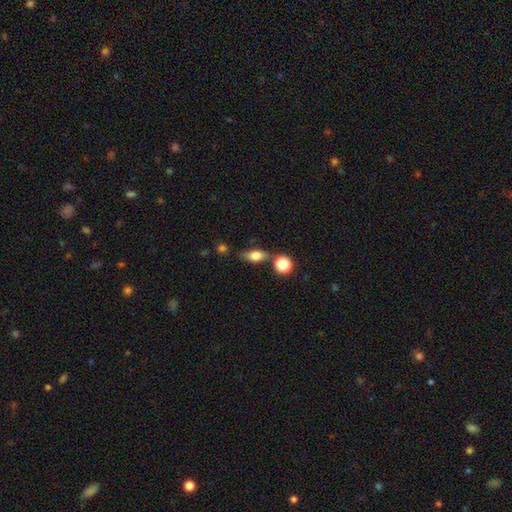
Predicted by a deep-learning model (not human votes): smooth-or-featured: smooth: 72% | featured or disk: 18% | star or artifact: 10%
  how-rounded: in between: 74% | cigar-shaped: 13% | round: 13%
  merging: none: 68% | minor disturbance: 16% | merger: 11% | major disturbance: 5%